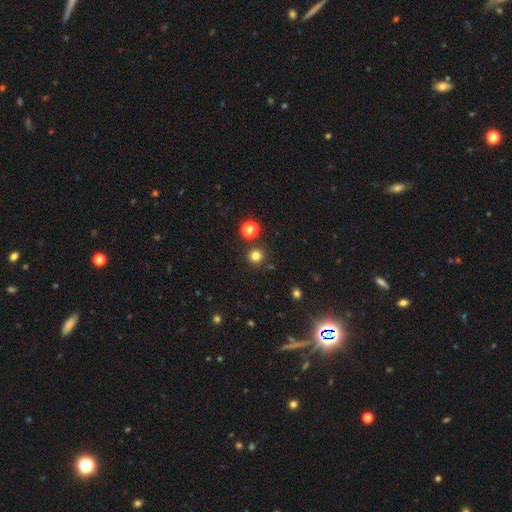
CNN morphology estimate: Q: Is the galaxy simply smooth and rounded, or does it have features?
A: smooth — 80%.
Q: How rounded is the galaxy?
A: round — 93%.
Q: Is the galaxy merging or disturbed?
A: none — 86%.